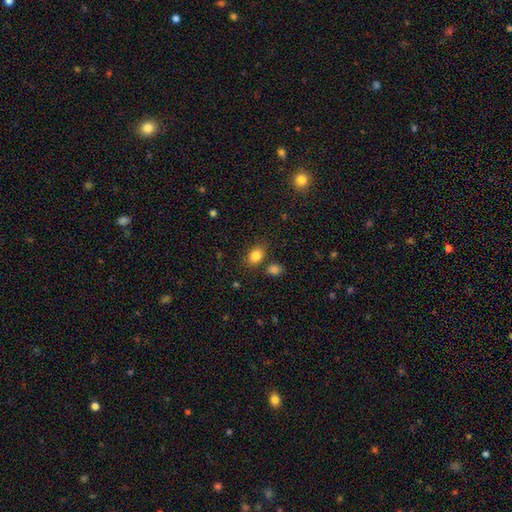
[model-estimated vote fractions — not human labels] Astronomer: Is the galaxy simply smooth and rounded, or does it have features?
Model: smooth — 84%.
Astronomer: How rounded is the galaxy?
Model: in between — 68%.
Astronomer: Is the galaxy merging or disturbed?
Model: none — 72%.